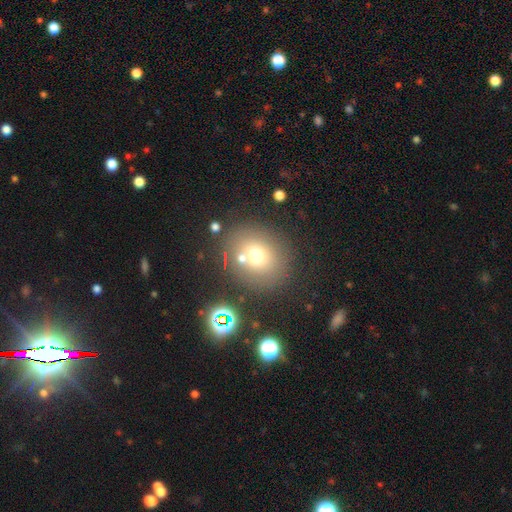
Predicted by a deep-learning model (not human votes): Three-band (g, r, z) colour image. It shows a smooth galaxy with no disk features (67%) that is round (74%). Merging: none (72%).